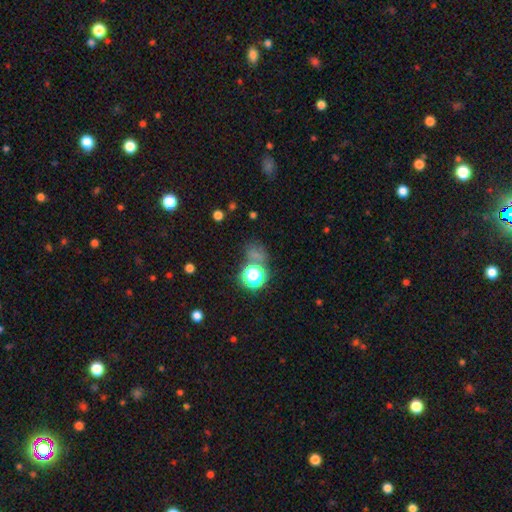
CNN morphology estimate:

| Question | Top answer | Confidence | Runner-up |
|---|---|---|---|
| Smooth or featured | smooth | 57% | star or artifact (34%) |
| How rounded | round | 70% | in between (29%) |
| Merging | none | 60% | minor disturbance (17%) |